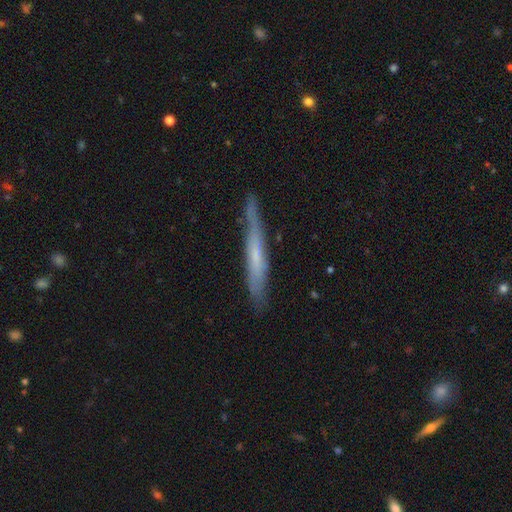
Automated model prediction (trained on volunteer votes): Smooth or featured?
  - featured or disk: 55% *
  - smooth: 39%
  - star or artifact: 6%
Edge-on disk?
  - yes: 87% *
  - no: 13%
Merging?
  - none: 77% *
  - minor disturbance: 18%
  - major disturbance: 3%
  - merger: 2%